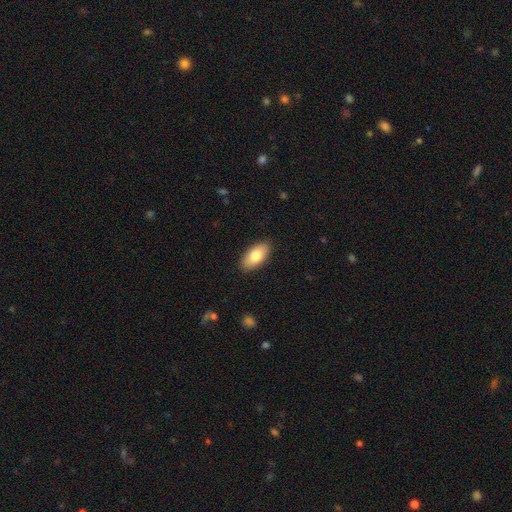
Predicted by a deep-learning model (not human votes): Morphology: type=smooth (79%); roundness=in between (92%); merging=none (89%).